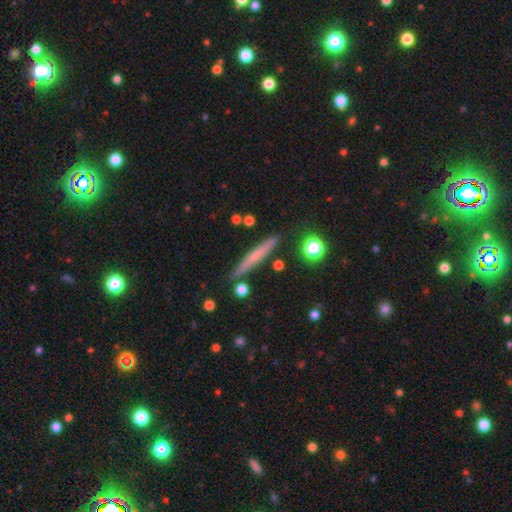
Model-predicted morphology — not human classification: A smooth galaxy with no disk features (49%).

Vote fractions:
- Smooth or featured? smooth: 49% / featured or disk: 44% / star or artifact: 8%
- Merging? none: 87% / minor disturbance: 8% / merger: 3% / major disturbance: 2%